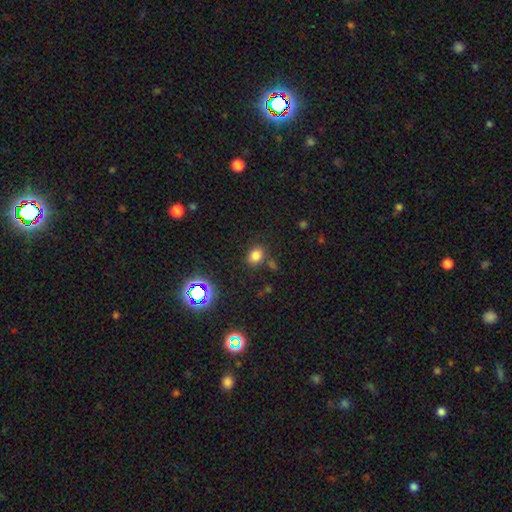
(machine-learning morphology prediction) smooth 77%, star or artifact 18%, featured or disk 6%. Down the decision tree: how rounded — round (50%); merging — none (77%).